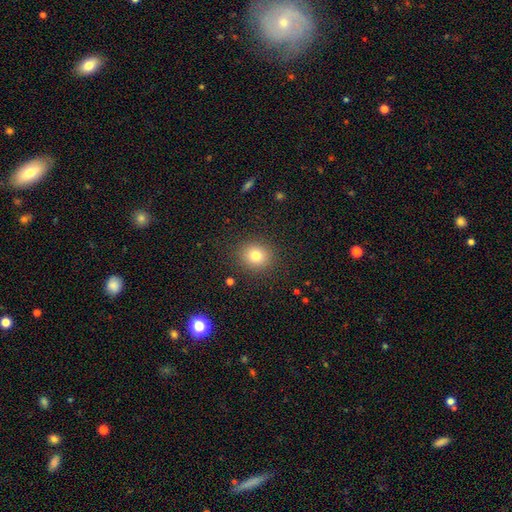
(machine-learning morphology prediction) Smooth or featured?
  - smooth: 79% *
  - star or artifact: 12%
  - featured or disk: 8%
How rounded?
  - round: 81% *
  - in between: 18%
  - cigar-shaped: 1%
Merging?
  - none: 89% *
  - minor disturbance: 7%
  - major disturbance: 3%
  - merger: 1%